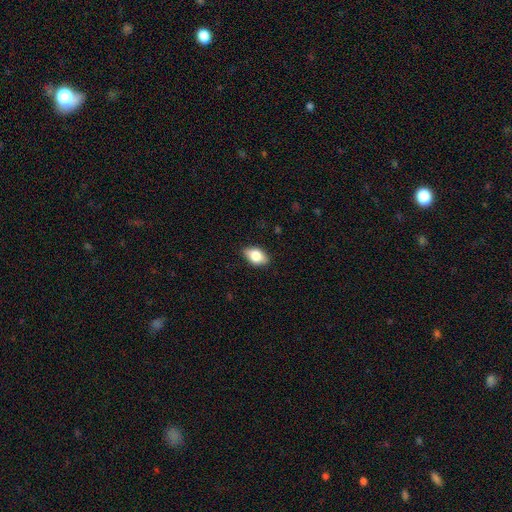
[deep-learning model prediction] A smooth galaxy with no disk features (79%) that is in between round and cigar-shaped (89%).

Vote fractions:
- Smooth or featured? smooth: 79% / featured or disk: 14% / star or artifact: 7%
- How rounded? in between: 89% / round: 9% / cigar-shaped: 3%
- Merging? none: 85% / minor disturbance: 12% / major disturbance: 2% / merger: 1%